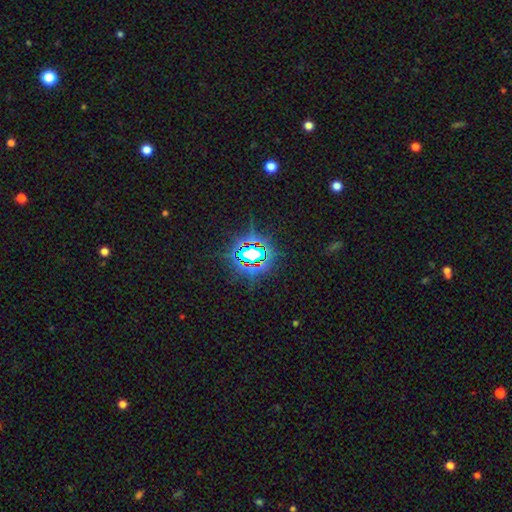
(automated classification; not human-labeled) Smooth or featured? Predicted: star or artifact (p=0.79).